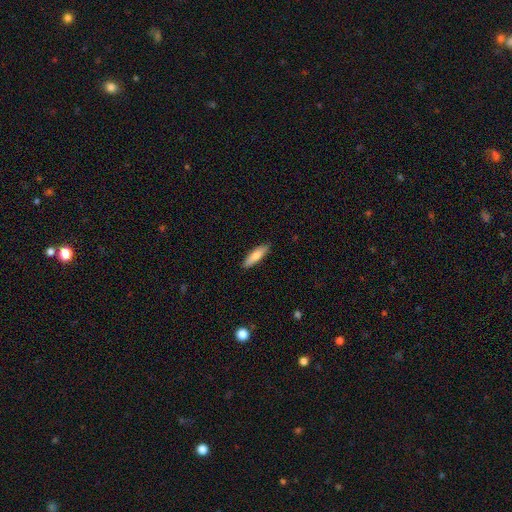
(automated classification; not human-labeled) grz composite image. It shows a smooth galaxy with no disk features (77%) that is cigar-shaped (63%). Merging: none (89%).